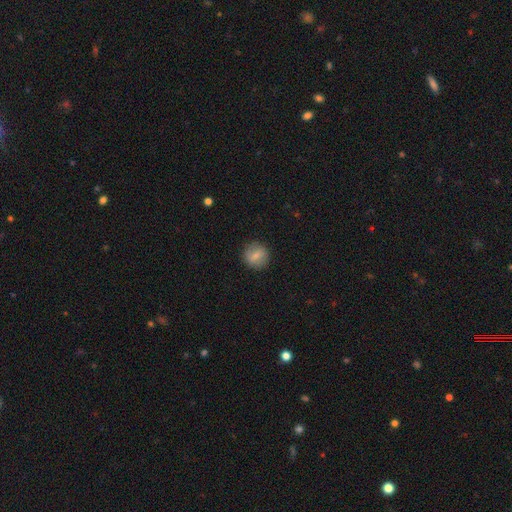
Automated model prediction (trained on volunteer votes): This appears to be a smooth galaxy with no disk features (72%) that is round (90%). Merging: none (88%).